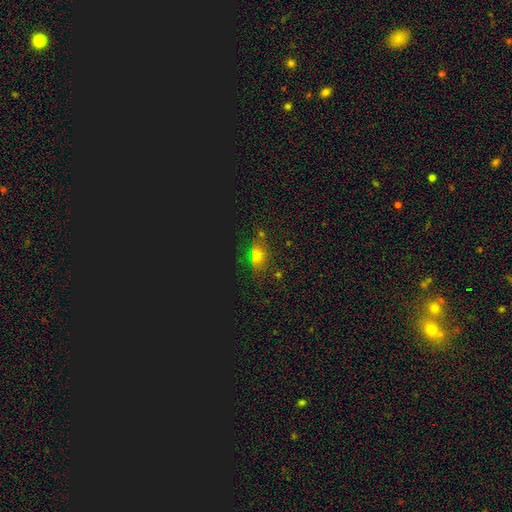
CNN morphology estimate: Smooth or featured?
  - smooth: 48% *
  - star or artifact: 37%
  - featured or disk: 15%
Merging?
  - none: 73% *
  - minor disturbance: 15%
  - major disturbance: 6%
  - merger: 5%